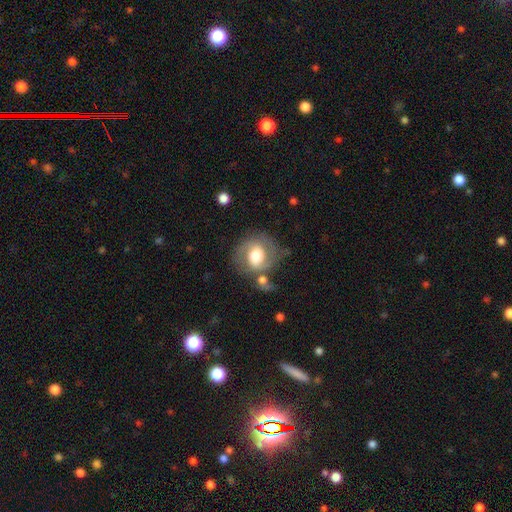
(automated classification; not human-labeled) Morphology: type=featured or disk (66%); edge-on=no (97%); bar=no (49%); spiral arms=yes (82%); winding=medium (50%); arm count=2 (84%); bulge=moderate (49%); merging=none (60%).